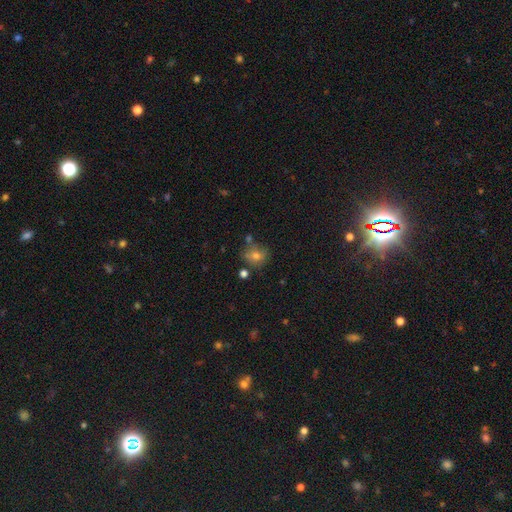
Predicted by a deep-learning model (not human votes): Smooth or featured? Predicted: smooth (p=0.72). How rounded? Predicted: round (p=0.73). Merging? Predicted: none (p=0.67).